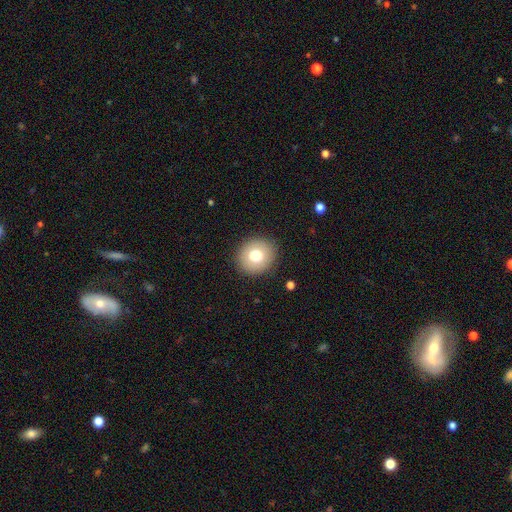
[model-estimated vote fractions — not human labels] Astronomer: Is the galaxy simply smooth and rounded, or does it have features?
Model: smooth — 76%.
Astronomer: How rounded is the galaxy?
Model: round — 83%.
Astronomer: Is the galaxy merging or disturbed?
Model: none — 90%.